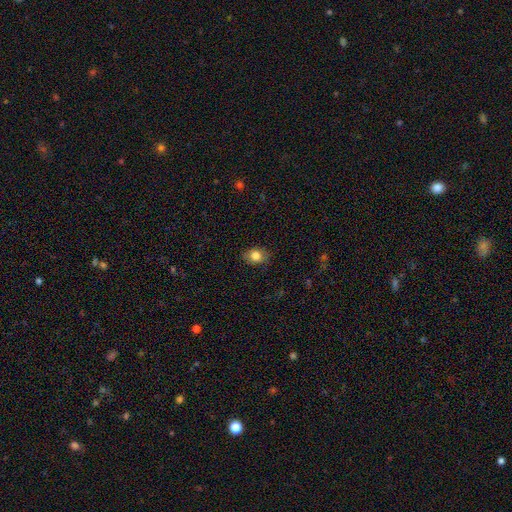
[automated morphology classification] The model was most divided on "how rounded": in between: 53%, round: 46%, cigar-shaped: 1%. More confident: merging — none (84%); smooth or featured — smooth (82%).